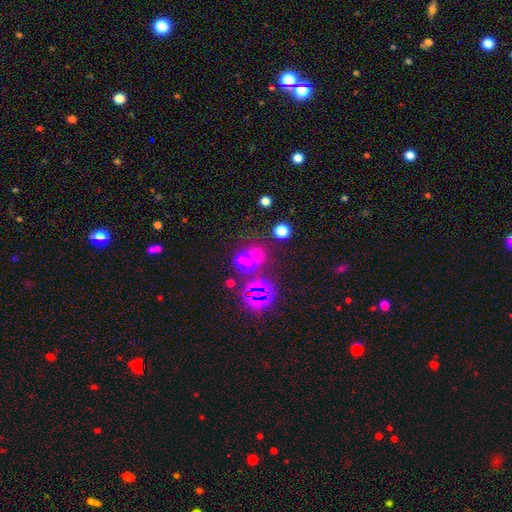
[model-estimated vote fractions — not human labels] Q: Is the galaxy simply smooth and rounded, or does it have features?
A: smooth — 53%.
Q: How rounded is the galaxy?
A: round — 58%.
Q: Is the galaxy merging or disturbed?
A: merger — 46%.